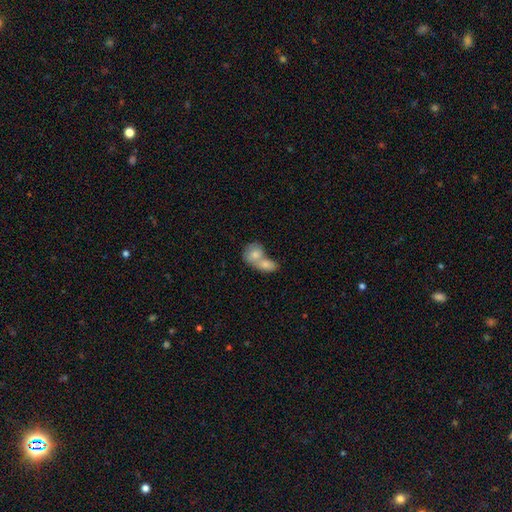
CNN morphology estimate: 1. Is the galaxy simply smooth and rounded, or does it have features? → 75% smooth, 19% featured or disk, 6% star or artifact.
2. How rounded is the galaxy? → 52% round, 46% in between, 2% cigar-shaped.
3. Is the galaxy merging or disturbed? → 74% merger, 17% none, 6% minor disturbance, 3% major disturbance.